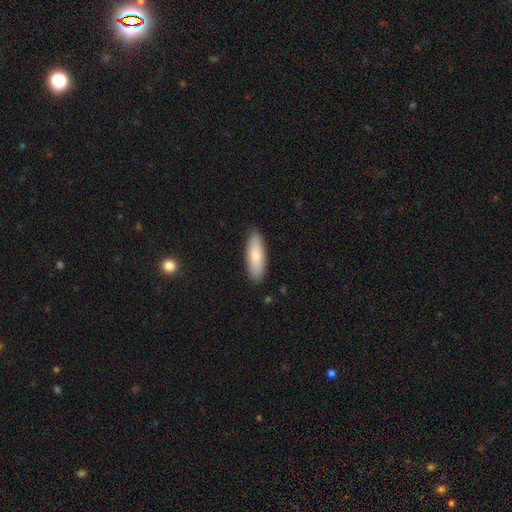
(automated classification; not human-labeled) A smooth galaxy with no disk features (81%) that is in between round and cigar-shaped (56%).

Vote fractions:
- Smooth or featured? smooth: 81% / featured or disk: 13% / star or artifact: 5%
- How rounded? in between: 56% / cigar-shaped: 43% / round: 2%
- Merging? none: 88% / minor disturbance: 9% / major disturbance: 2% / merger: 1%